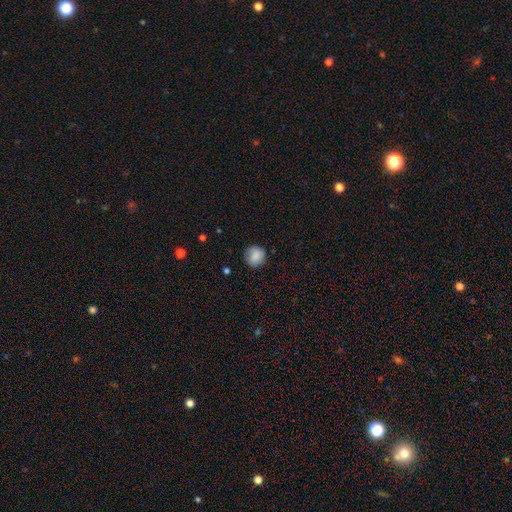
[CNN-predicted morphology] Overall: smooth (80%). How rounded: round (90%). Merging: none (80%).